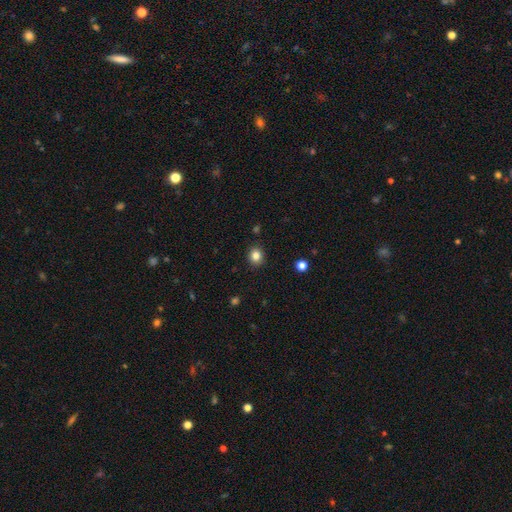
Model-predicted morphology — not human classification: This appears to be a smooth galaxy with no disk features (83%) that is round (77%). Merging: none (90%).